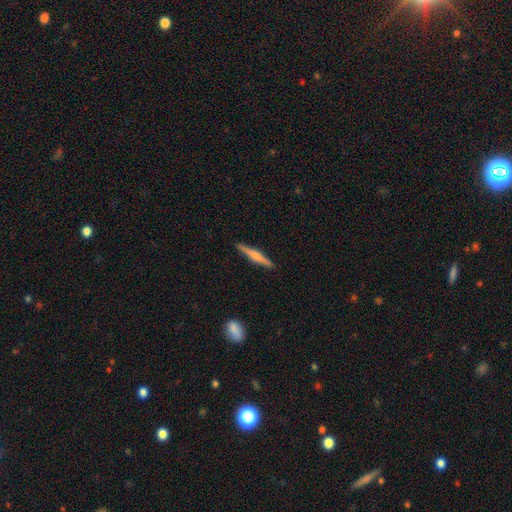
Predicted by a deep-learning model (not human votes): smooth-or-featured: featured or disk: 48% | smooth: 47% | star or artifact: 5%
  merging: none: 91% | minor disturbance: 7% | major disturbance: 1% | merger: 1%